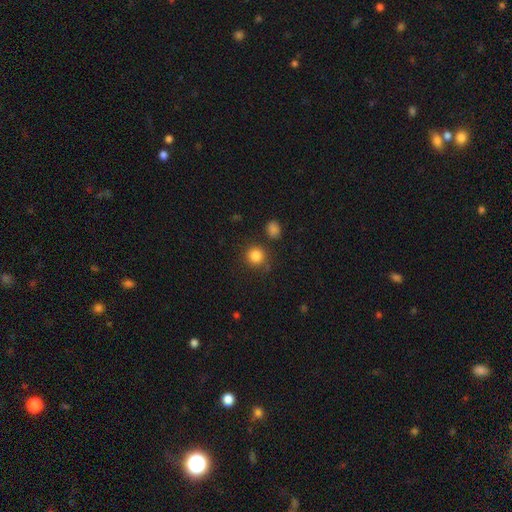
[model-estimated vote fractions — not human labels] smooth 85%, star or artifact 11%, featured or disk 5%. Down the decision tree: how rounded — round (91%); merging — none (82%).